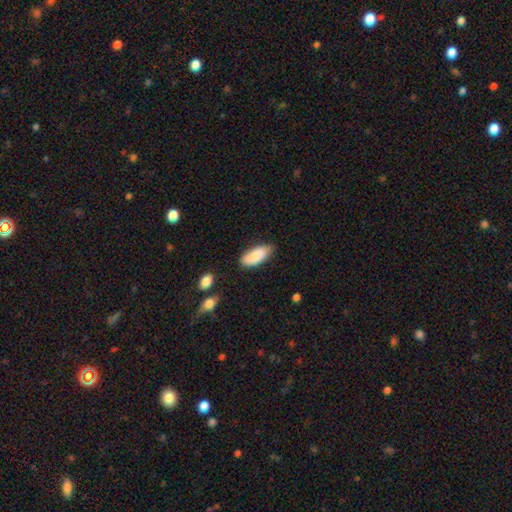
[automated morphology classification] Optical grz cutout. It shows a smooth galaxy with no disk features (87%) that is in between round and cigar-shaped (87%). Merging: none (77%).